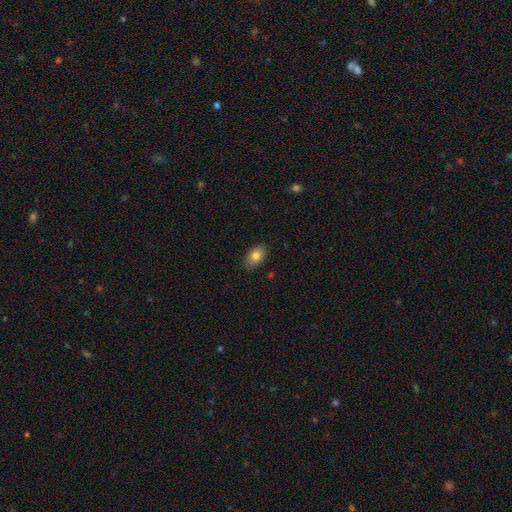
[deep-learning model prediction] Q: Smooth or featured?
A: smooth (82%); runner-up: featured or disk (10%)
Q: How rounded?
A: in between (89%); runner-up: round (9%)
Q: Merging?
A: none (85%); runner-up: minor disturbance (12%)